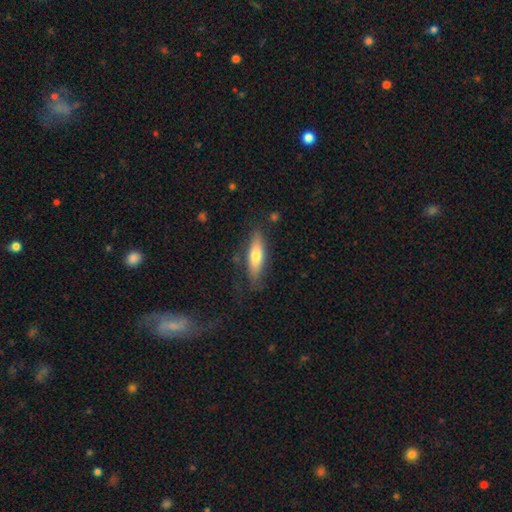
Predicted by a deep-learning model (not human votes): A smooth galaxy with no disk features (64%) that is cigar-shaped (55%). Merging: none (76%).